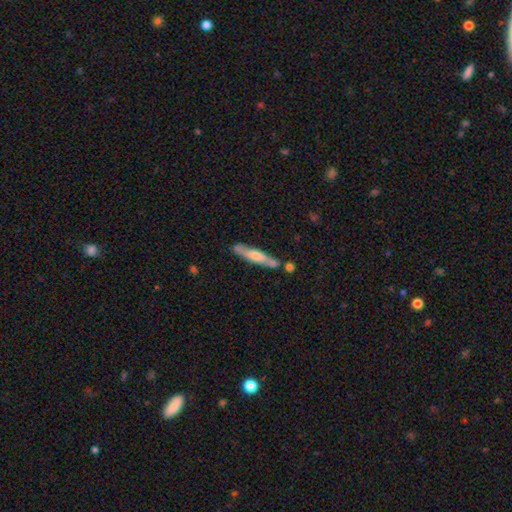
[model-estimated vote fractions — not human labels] smooth_or_featured: smooth (p=0.48) [alt: featured or disk p=0.47]
merging: none (p=0.73) [alt: minor disturbance p=0.15]